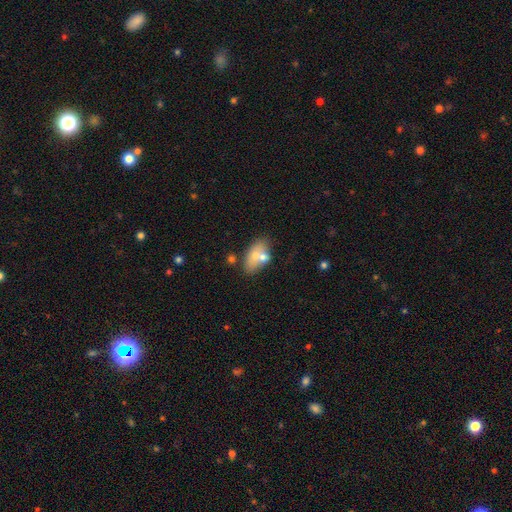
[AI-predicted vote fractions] smooth 64%, featured or disk 29%, star or artifact 8%. Down the decision tree: how rounded — in between (86%); merging — none (44%).